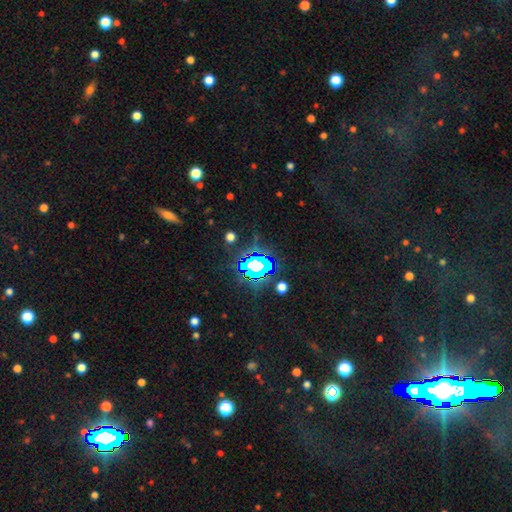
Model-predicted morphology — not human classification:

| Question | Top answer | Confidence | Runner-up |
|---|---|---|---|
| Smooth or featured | star or artifact | 66% | smooth (20%) |